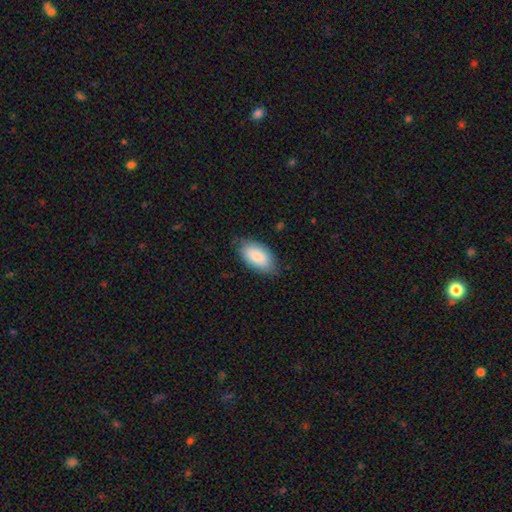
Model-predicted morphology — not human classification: Overall: smooth (85%). How rounded: in between (95%). Merging: none (77%).